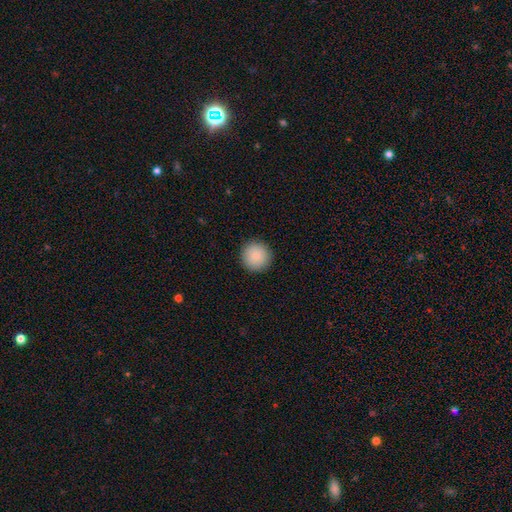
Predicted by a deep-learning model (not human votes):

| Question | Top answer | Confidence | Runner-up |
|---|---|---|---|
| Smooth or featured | smooth | 86% | star or artifact (8%) |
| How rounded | round | 96% | in between (3%) |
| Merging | none | 92% | minor disturbance (5%) |